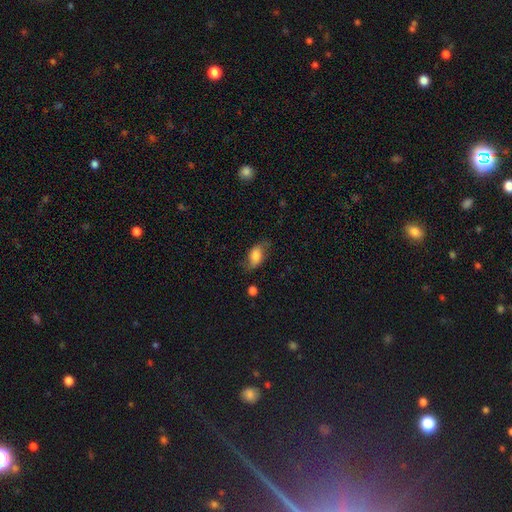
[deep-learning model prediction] This is likely a smooth galaxy (70%). How rounded: clearly in between (89%). Merging: likely none (62%).